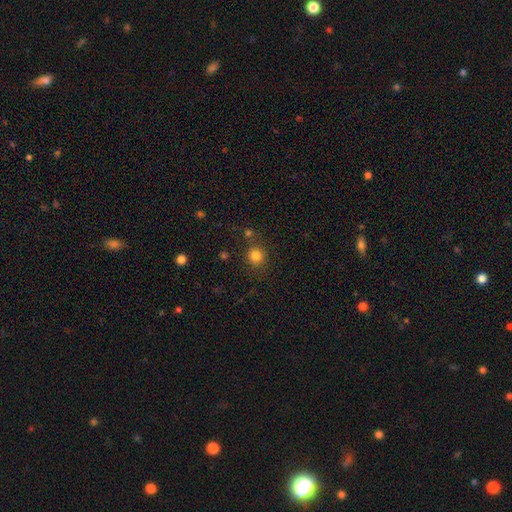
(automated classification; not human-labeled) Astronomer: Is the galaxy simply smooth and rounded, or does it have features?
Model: smooth — 81%.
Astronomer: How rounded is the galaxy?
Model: round — 90%.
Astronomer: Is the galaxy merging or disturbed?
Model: none — 80%.